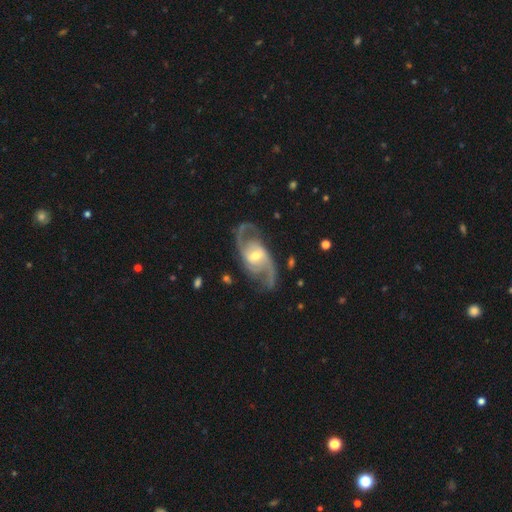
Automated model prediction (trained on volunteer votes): featured or disk 91%, smooth 4%, star or artifact 4%. Down the decision tree: edge-on disk — no (96%); bar — weak (46%); spiral arms — yes (98%); spiral arm count — 2 (86%); spiral winding — medium (53%); bulge size — moderate (58%); merging — none (77%).